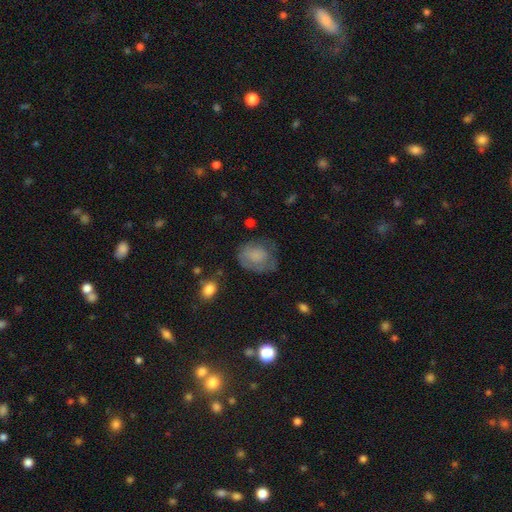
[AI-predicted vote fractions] The model was most divided on "how rounded": round: 50%, in between: 49%, cigar-shaped: 1%. Remaining: smooth or featured — smooth (61%); merging — none (50%).